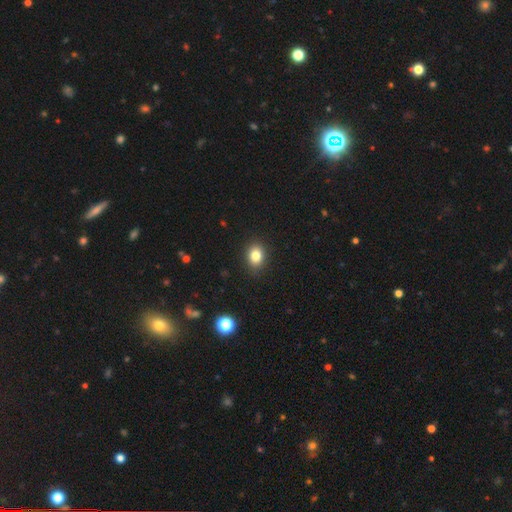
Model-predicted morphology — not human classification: A smooth galaxy with no disk features (82%) that is in between round and cigar-shaped (57%).

Vote fractions:
- Smooth or featured? smooth: 82% / star or artifact: 11% / featured or disk: 7%
- How rounded? in between: 57% / round: 42% / cigar-shaped: 1%
- Merging? none: 89% / minor disturbance: 8% / major disturbance: 2% / merger: 1%